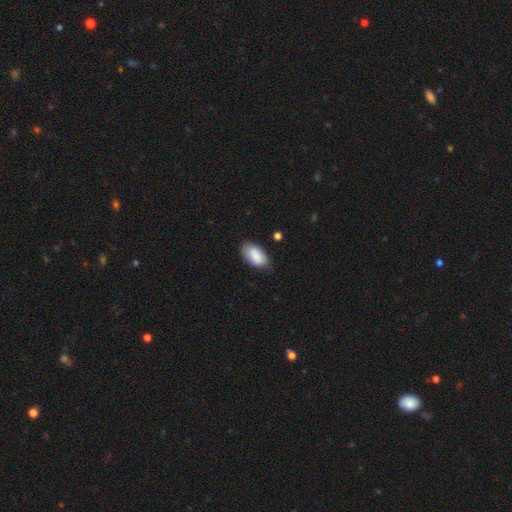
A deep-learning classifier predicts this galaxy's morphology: This appears to be a smooth galaxy with no disk features (84%) that is in between round and cigar-shaped (94%). Merging: none (70%).